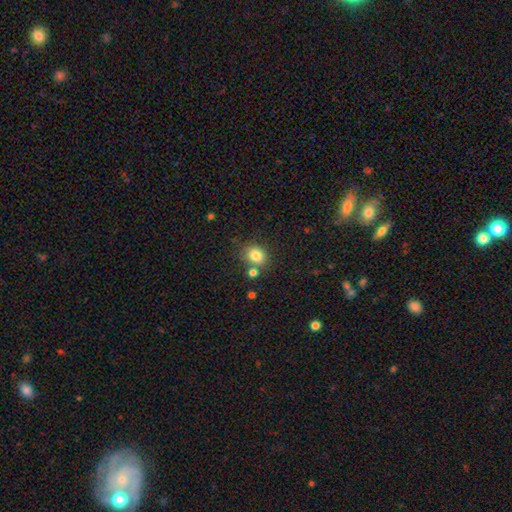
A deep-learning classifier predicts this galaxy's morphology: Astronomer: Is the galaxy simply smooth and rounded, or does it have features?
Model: smooth — 82%.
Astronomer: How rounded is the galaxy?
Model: round — 59% (runner-up: in between, 40%).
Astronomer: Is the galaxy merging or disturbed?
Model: none — 70%.